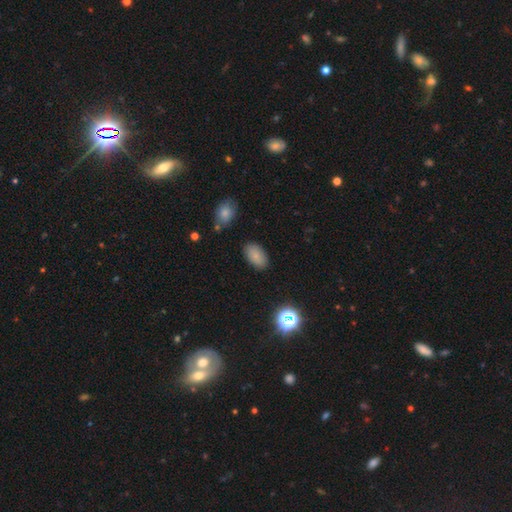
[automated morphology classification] A smooth galaxy with no disk features (82%) that is in between round and cigar-shaped (92%). Merging: none (86%).